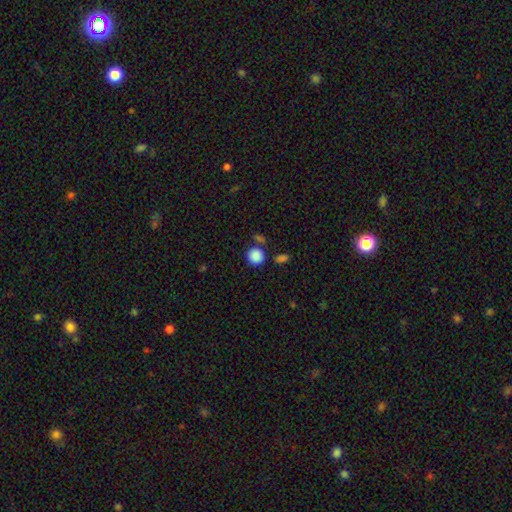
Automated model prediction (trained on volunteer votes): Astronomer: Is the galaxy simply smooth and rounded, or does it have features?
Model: smooth — 87%.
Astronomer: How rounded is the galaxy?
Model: round — 89%.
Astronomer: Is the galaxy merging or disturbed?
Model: none — 76%.